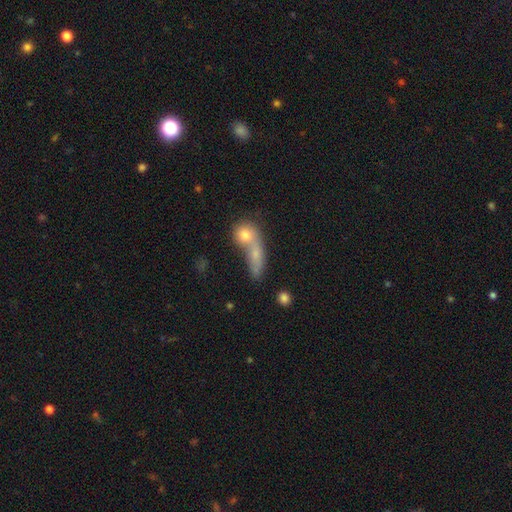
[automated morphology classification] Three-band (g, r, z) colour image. It shows a smooth galaxy with no disk features (69%) that is in between round and cigar-shaped (47%). Merging: merger (59%).